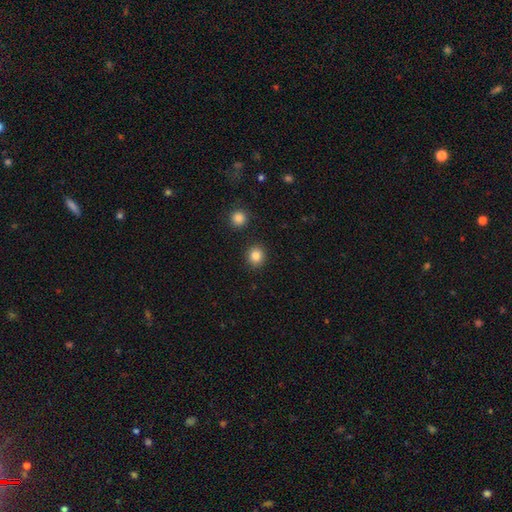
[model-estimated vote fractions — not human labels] Smooth or featured? Predicted: smooth (p=0.85). How rounded? Predicted: round (p=0.86). Merging? Predicted: none (p=0.90).